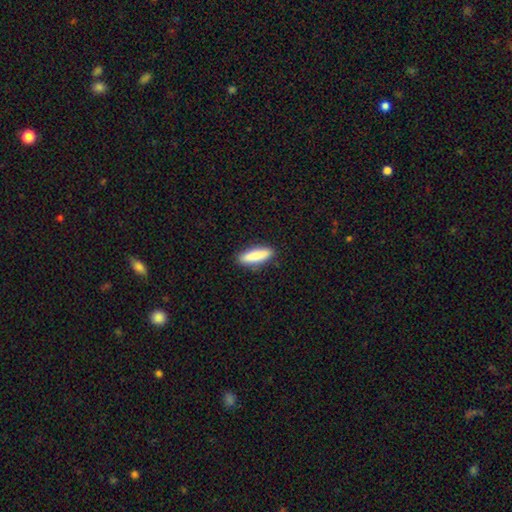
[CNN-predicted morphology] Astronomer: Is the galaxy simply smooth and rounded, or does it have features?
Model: smooth — 82%.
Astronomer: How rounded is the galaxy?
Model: cigar-shaped — 64%.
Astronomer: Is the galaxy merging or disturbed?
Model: none — 89%.